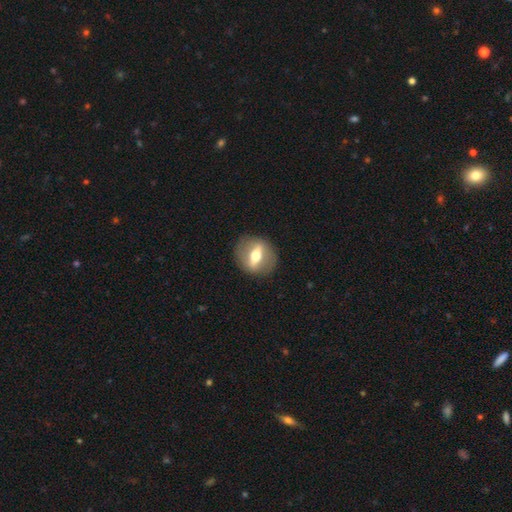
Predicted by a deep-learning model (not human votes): This is likely a featured or disk galaxy (64%). It is possibly not viewed edge-on (56%). Merging: clearly none (87%).